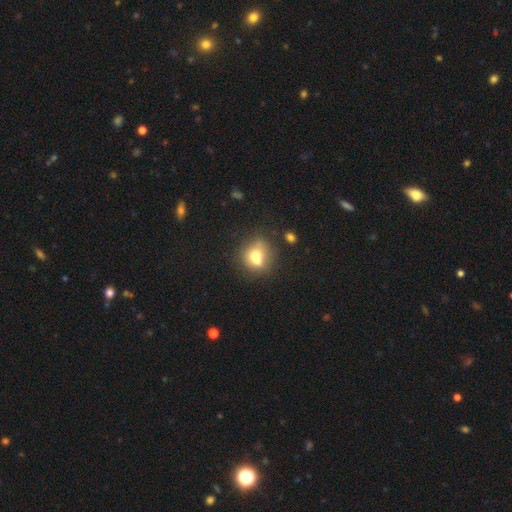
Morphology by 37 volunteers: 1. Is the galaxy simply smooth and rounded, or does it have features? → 81% smooth, 14% featured or disk, 5% star or artifact.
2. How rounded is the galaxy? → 70% round, 30% in between, 0% cigar-shaped.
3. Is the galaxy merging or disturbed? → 40% none (tied), 40% merger (tied), 14% minor disturbance, 6% major disturbance.